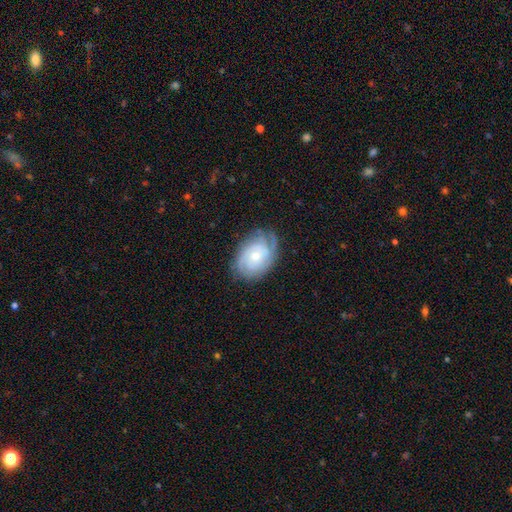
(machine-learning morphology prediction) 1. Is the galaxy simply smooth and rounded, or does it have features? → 79% featured or disk, 15% smooth, 6% star or artifact.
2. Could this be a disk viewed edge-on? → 97% no, 3% yes.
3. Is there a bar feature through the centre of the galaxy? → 76% no, 21% weak, 3% strong.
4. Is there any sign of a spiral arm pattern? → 95% yes, 5% no.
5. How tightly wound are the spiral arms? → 68% tight, 26% medium, 6% loose.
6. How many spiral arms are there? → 32% can't tell, 27% 3, 20% 2, 10% 4, 5% 1, 5% more than 4.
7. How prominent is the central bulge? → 52% small, 43% moderate, 3% large, 1% none, 1% dominant.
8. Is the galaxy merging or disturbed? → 75% none, 18% minor disturbance, 6% major disturbance, 1% merger.